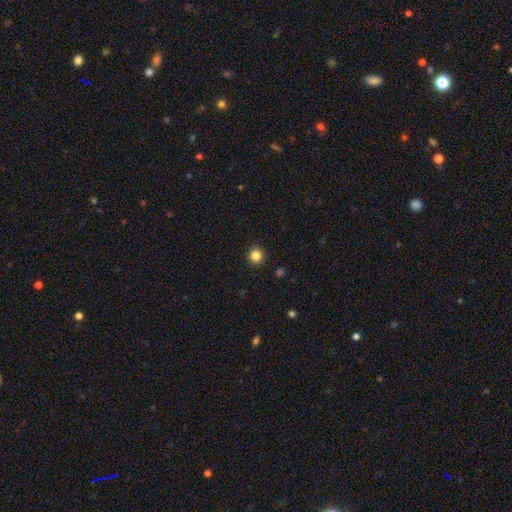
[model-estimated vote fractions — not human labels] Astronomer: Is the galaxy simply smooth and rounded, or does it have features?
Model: smooth — 84%.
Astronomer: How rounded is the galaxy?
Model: round — 94%.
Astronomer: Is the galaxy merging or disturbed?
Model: none — 93%.